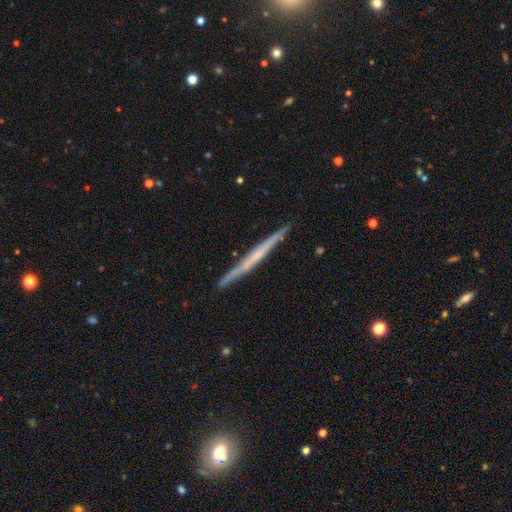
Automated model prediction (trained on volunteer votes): Smooth or featured?
  - featured or disk: 62% *
  - smooth: 32%
  - star or artifact: 6%
Edge-on disk?
  - yes: 97% *
  - no: 3%
Edge-on bulge?
  - none: 78% *
  - rounded: 17%
  - boxy: 5%
Merging?
  - none: 91% *
  - minor disturbance: 7%
  - major disturbance: 1%
  - merger: 1%